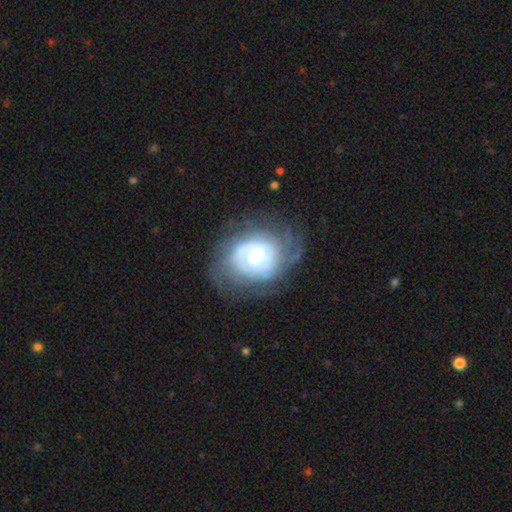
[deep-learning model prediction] This appears to be a featured or disk galaxy (78%) with no bar (55%), tight (68%) spiral arms (89%) and a small central bulge (48%). Merging: none (65%).